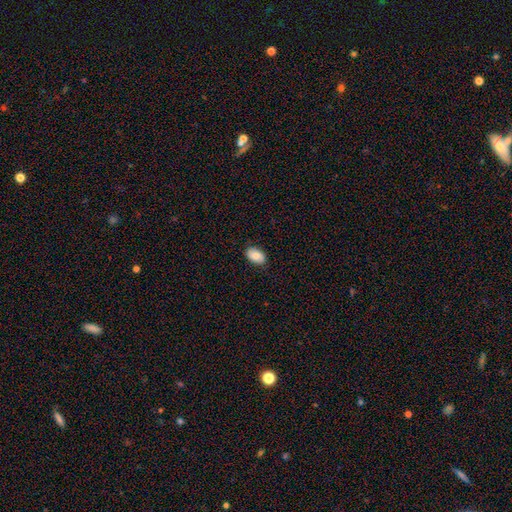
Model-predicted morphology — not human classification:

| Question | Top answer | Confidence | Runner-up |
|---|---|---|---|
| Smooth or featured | smooth | 83% | featured or disk (11%) |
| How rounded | in between | 92% | round (7%) |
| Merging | none | 86% | minor disturbance (11%) |